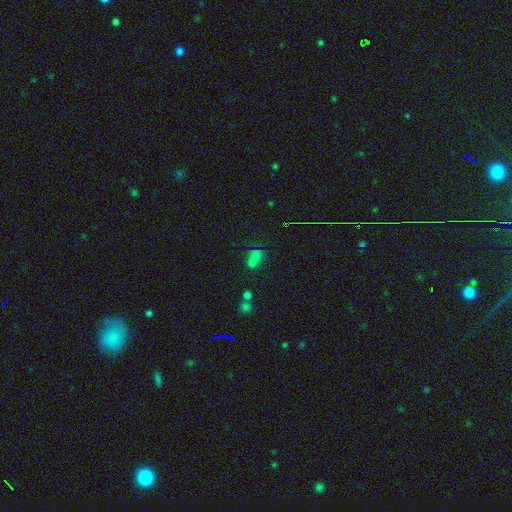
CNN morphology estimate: A smooth galaxy with no disk features (56%) that is round (59%). Merging: merger (49%).